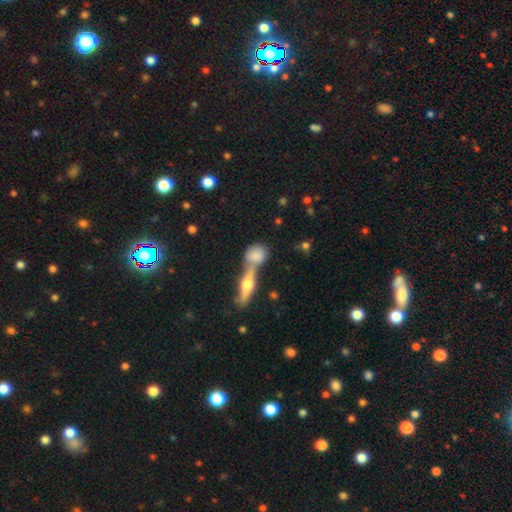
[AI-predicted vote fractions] Smooth or featured? smooth (69%)
How rounded? round (54%)
Merging? none (45%)